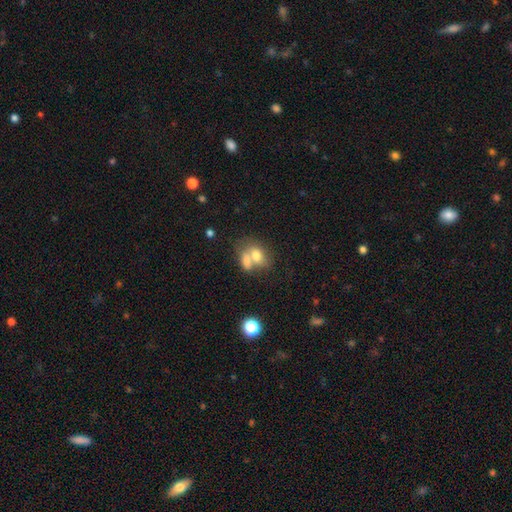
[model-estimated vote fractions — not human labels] This is likely a smooth galaxy (73%). How rounded: likely in between (71%). Merging: likely merger (61%).